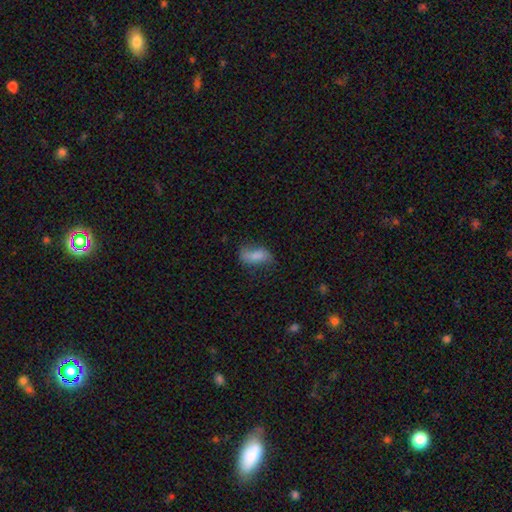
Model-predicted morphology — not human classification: The model was most divided on "merging": none: 57%, minor disturbance: 28%, major disturbance: 13%, merger: 2%. More confident: how rounded — in between (88%); smooth or featured — smooth (69%).